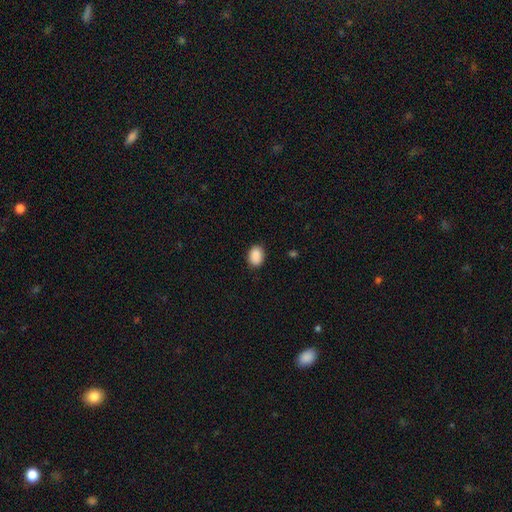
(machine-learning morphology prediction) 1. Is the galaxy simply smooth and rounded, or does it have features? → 90% smooth, 7% star or artifact, 2% featured or disk.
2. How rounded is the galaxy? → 78% in between, 21% round, 1% cigar-shaped.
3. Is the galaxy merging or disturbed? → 88% none, 9% minor disturbance, 2% major disturbance, 1% merger.